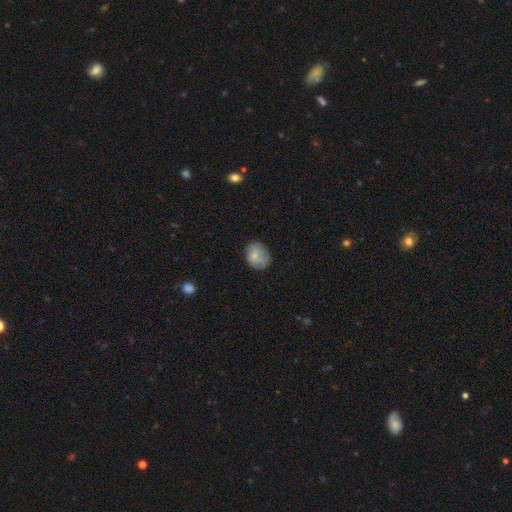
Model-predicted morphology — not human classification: smooth_or_featured: smooth (p=0.76) [alt: featured or disk p=0.16]
how_rounded: round (p=0.50) [alt: in between p=0.49]
merging: none (p=0.70) [alt: minor disturbance p=0.22]